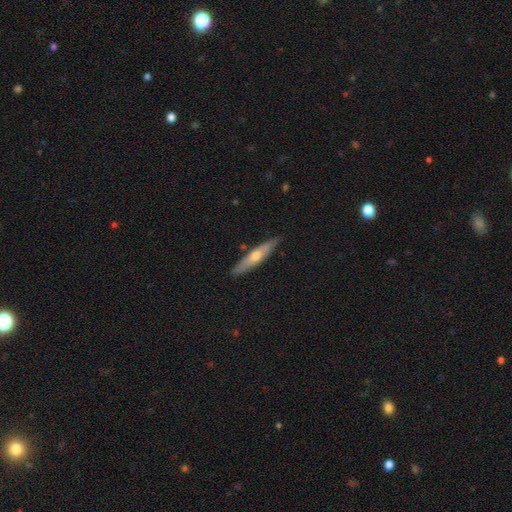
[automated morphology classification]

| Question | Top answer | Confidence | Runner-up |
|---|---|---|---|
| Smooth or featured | featured or disk | 48% | smooth (46%) |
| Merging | none | 86% | minor disturbance (10%) |